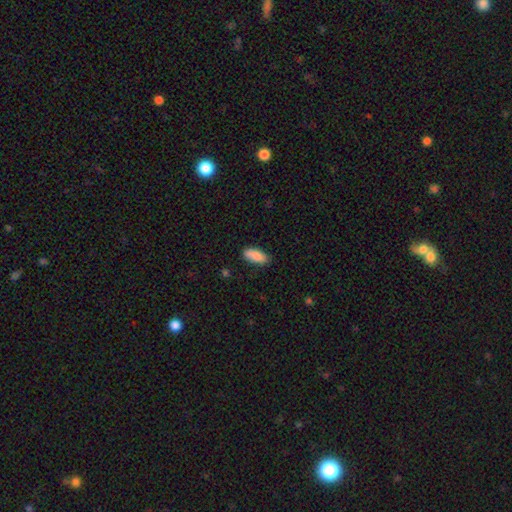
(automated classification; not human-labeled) smooth-or-featured: smooth: 87% | featured or disk: 7% | star or artifact: 6%
  how-rounded: in between: 81% | cigar-shaped: 17% | round: 2%
  merging: none: 82% | minor disturbance: 14% | major disturbance: 2% | merger: 1%